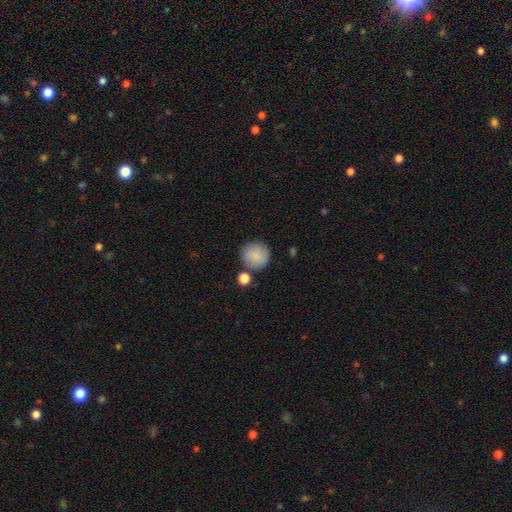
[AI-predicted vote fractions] Smooth or featured: smooth — 87% (star or artifact — 7%)
How rounded: round — 93% (in between — 6%)
Merging: none — 78% (minor disturbance — 10%)